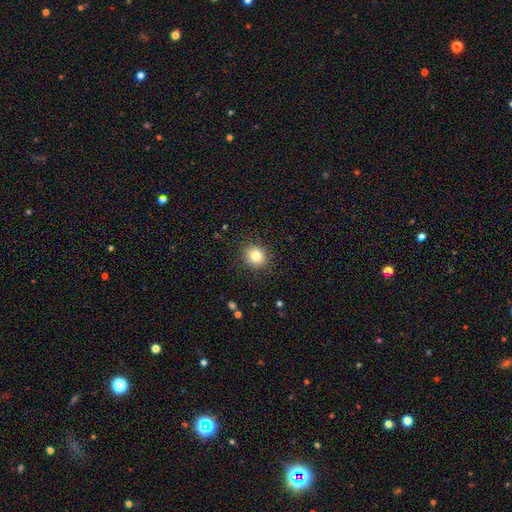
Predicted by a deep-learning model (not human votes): Morphology: type=smooth (81%); roundness=round (84%); merging=none (90%).